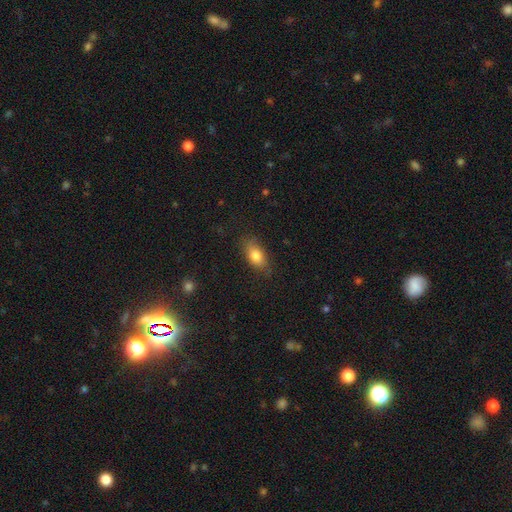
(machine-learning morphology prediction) Q: Smooth or featured?
A: smooth (79%); runner-up: featured or disk (13%)
Q: How rounded?
A: in between (85%); runner-up: cigar-shaped (8%)
Q: Merging?
A: none (77%); runner-up: minor disturbance (17%)